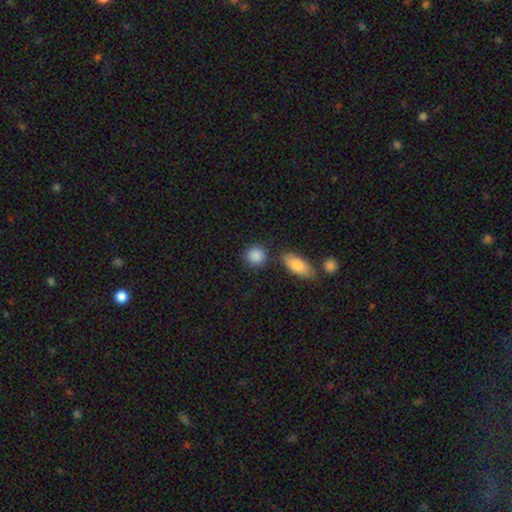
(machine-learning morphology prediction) smooth 88%, star or artifact 7%, featured or disk 4%. Down the decision tree: how rounded — round (80%); merging — none (75%).